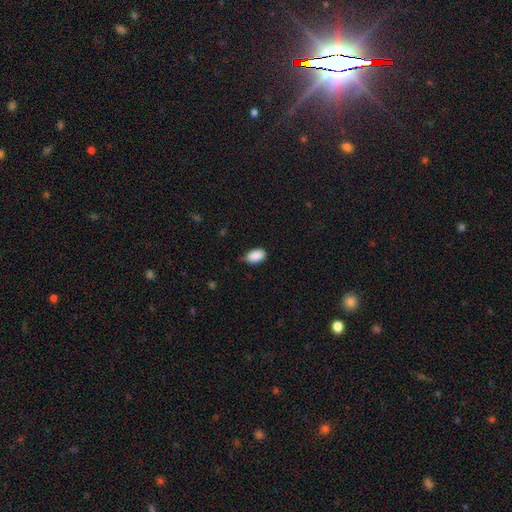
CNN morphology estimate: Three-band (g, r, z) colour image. It shows a smooth galaxy with no disk features (90%) that is in between round and cigar-shaped (92%). Merging: none (71%).